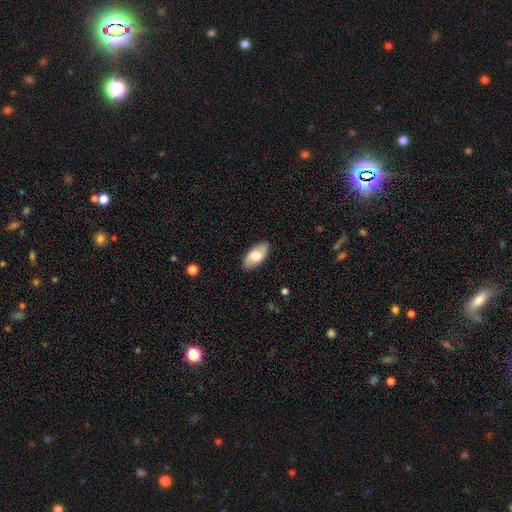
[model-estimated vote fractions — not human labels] This appears to be a smooth galaxy with no disk features (66%) that is in between round and cigar-shaped (92%). Merging: none (87%).